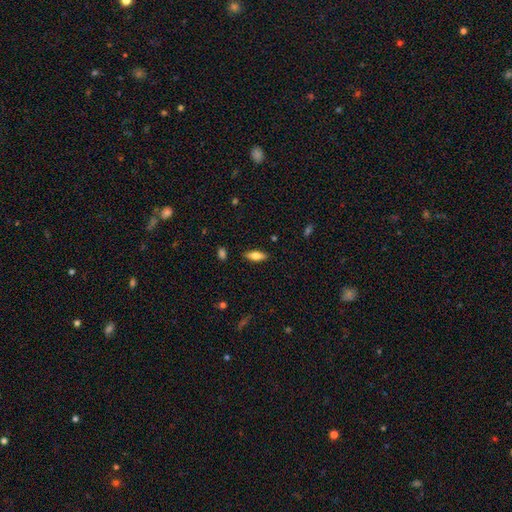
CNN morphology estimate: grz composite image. It shows a smooth galaxy with no disk features (70%) that is in between round and cigar-shaped (68%). Merging: none (88%).